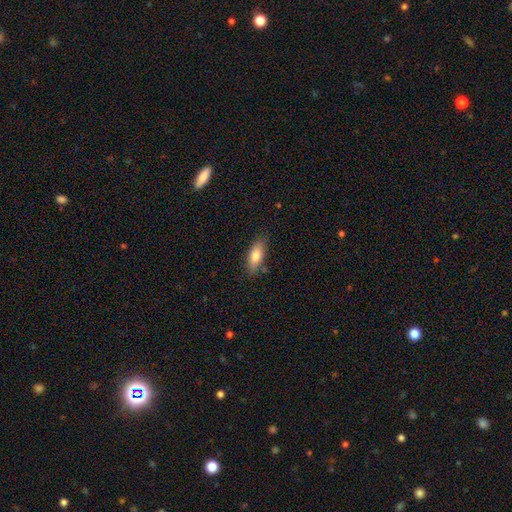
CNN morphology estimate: Q: Smooth or featured?
A: smooth (80%); runner-up: featured or disk (14%)
Q: How rounded?
A: in between (72%); runner-up: cigar-shaped (25%)
Q: Merging?
A: none (80%); runner-up: minor disturbance (15%)